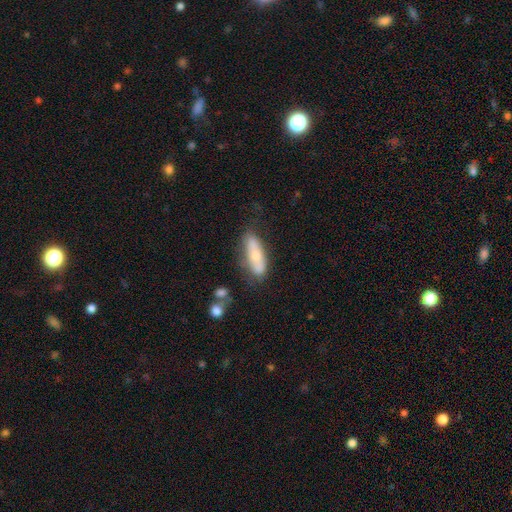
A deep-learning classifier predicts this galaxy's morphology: Smooth or featured?
  - smooth: 57% *
  - featured or disk: 37%
  - star or artifact: 6%
How rounded?
  - in between: 54% *
  - cigar-shaped: 43%
  - round: 2%
Merging?
  - none: 62% *
  - minor disturbance: 23%
  - major disturbance: 8%
  - merger: 6%